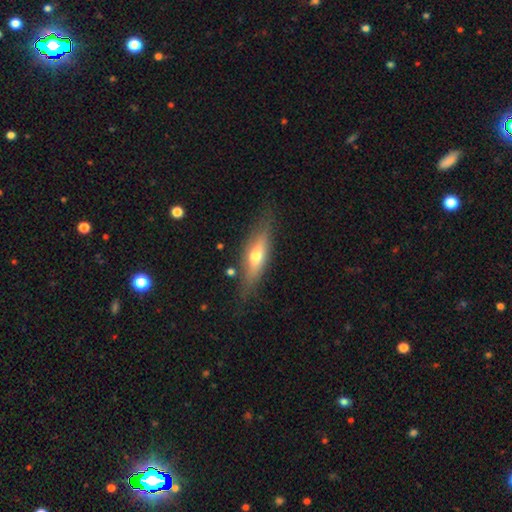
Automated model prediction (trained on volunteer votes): smooth 47%, featured or disk 46%, star or artifact 7%. Down the decision tree: merging — none (77%).